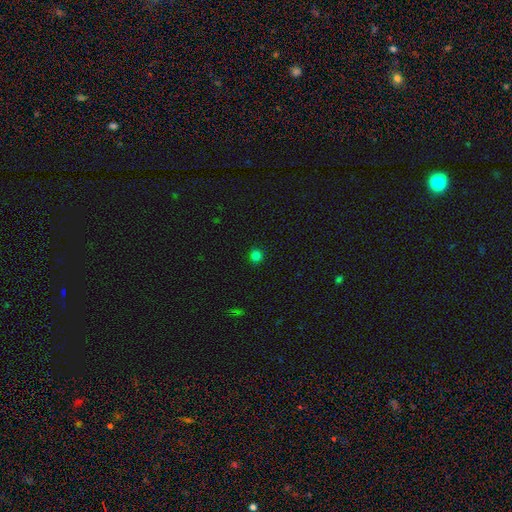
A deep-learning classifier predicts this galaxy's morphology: smooth-or-featured: smooth: 80% | star or artifact: 17% | featured or disk: 3%
  how-rounded: round: 86% | in between: 13% | cigar-shaped: 1%
  merging: none: 89% | minor disturbance: 7% | major disturbance: 2% | merger: 1%